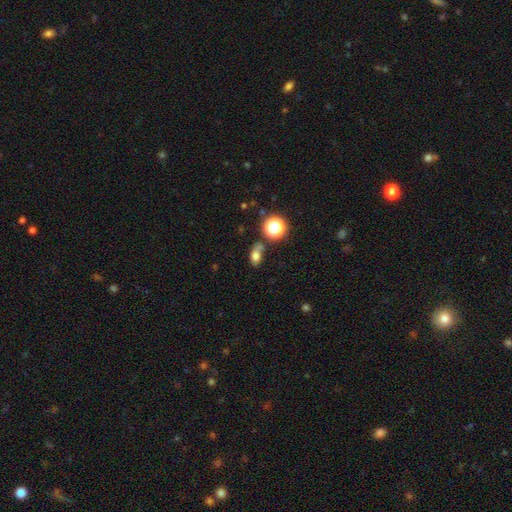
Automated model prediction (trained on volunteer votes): Smooth or featured? Predicted: smooth (p=0.72). How rounded? Predicted: in between (p=0.76). Merging? Predicted: none (p=0.56).